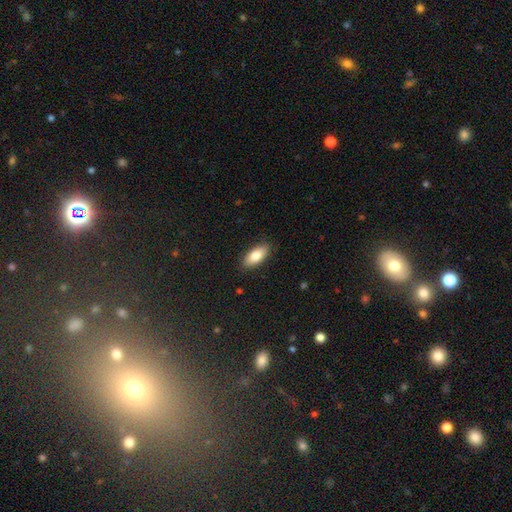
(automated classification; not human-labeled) This appears to be a smooth galaxy with no disk features (83%) that is in between round and cigar-shaped (87%). Merging: none (87%).